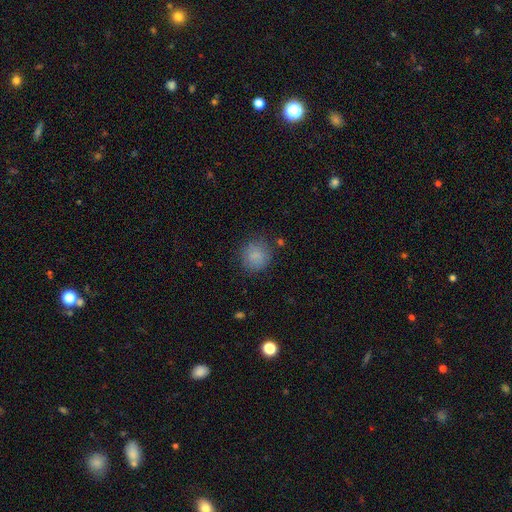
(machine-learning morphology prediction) Overall: smooth (82%). How rounded: round (88%). Merging: none (79%).